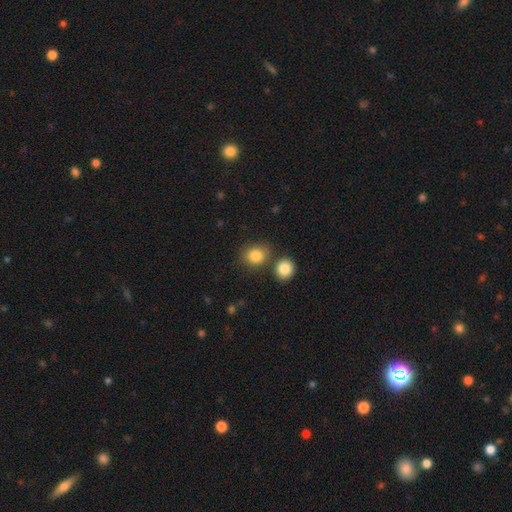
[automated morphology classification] This appears to be a smooth galaxy with no disk features (84%) that is round (70%). Merging: none (68%).